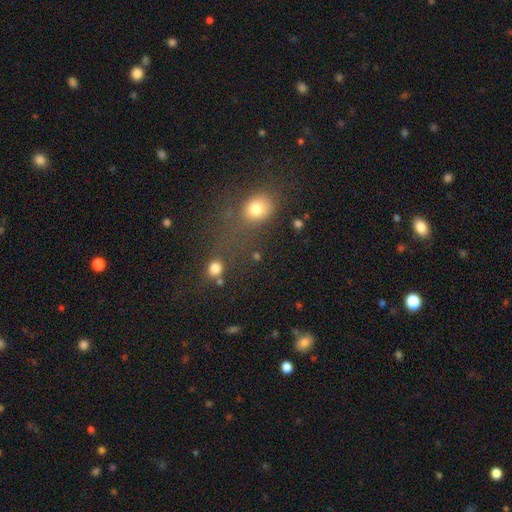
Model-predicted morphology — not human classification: smooth-or-featured: smooth: 68% | star or artifact: 23% | featured or disk: 9%
  how-rounded: round: 70% | in between: 27% | cigar-shaped: 2%
  merging: none: 59% | merger: 16% | minor disturbance: 13% | major disturbance: 12%